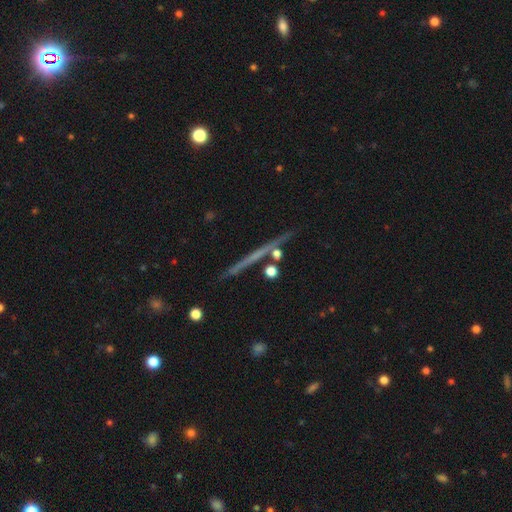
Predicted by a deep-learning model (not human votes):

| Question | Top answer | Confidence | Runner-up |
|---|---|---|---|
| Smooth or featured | featured or disk | 61% | smooth (28%) |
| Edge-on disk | yes | 96% | no (4%) |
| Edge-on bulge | none | 79% | rounded (16%) |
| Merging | none | 86% | minor disturbance (8%) |